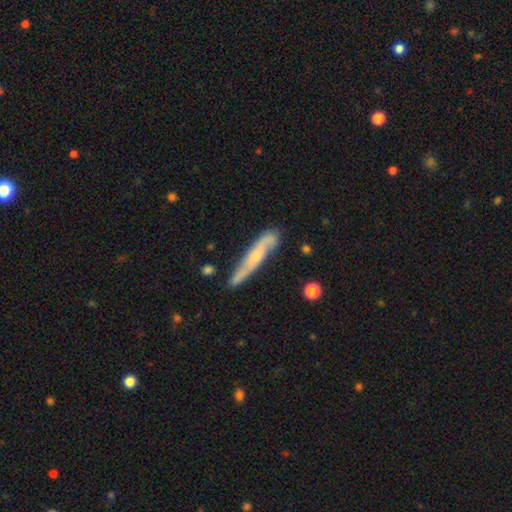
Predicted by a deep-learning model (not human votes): Overall: featured or disk (59%; smooth 35%). Edge-on disk: yes (63%; no 37%). Merging: none (73%).